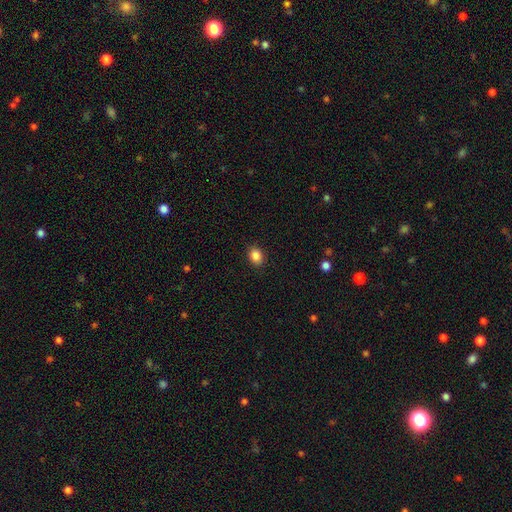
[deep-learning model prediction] This is clearly a smooth galaxy (87%). How rounded: possibly in between (55%). Merging: clearly none (90%).